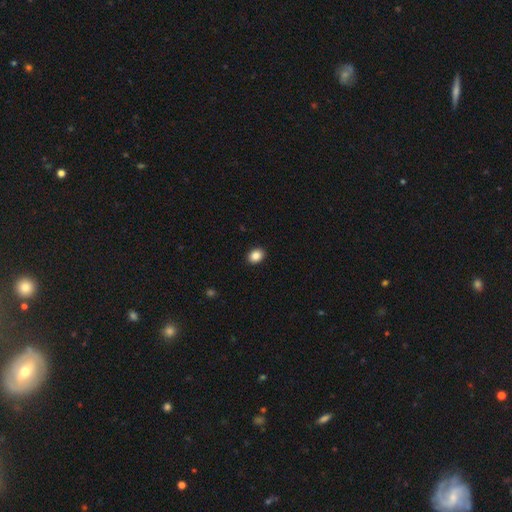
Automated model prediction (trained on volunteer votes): Smooth or featured? Predicted: smooth (p=0.87). How rounded? Predicted: in between (p=0.60). Merging? Predicted: none (p=0.91).